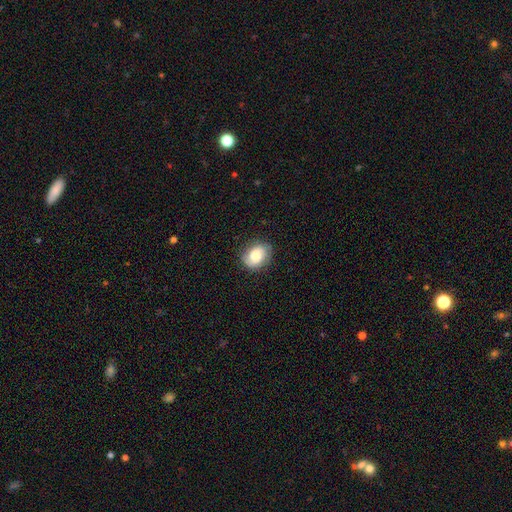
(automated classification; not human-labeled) Q: Smooth or featured?
A: smooth (68%); runner-up: featured or disk (23%)
Q: How rounded?
A: in between (60%); runner-up: round (39%)
Q: Merging?
A: none (79%); runner-up: minor disturbance (16%)